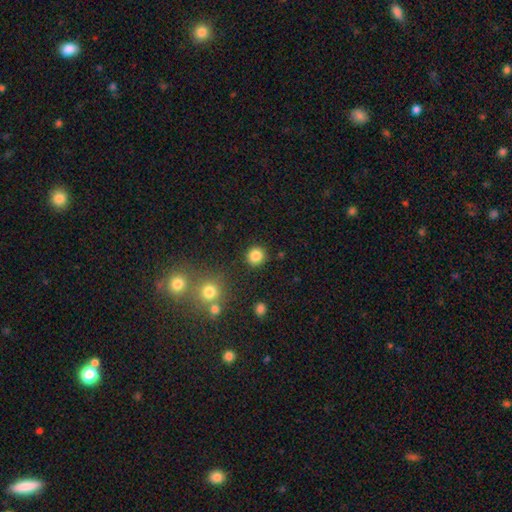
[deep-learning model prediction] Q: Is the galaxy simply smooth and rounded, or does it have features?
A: smooth — 84%.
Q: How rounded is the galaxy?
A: round — 93%.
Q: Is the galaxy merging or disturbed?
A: none — 89%.